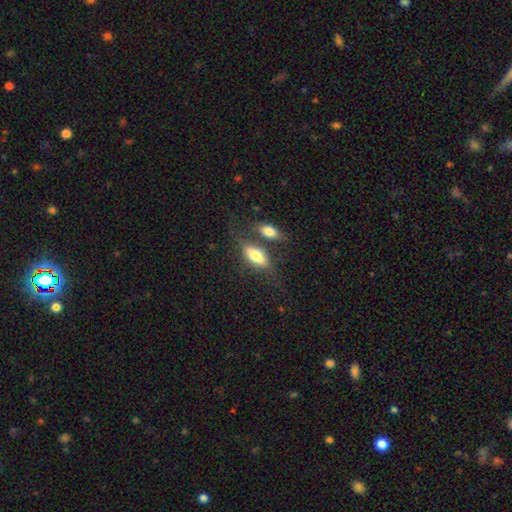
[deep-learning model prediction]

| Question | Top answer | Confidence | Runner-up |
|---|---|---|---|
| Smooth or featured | smooth | 71% | featured or disk (21%) |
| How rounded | in between | 79% | cigar-shaped (17%) |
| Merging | none | 49% | merger (30%) |